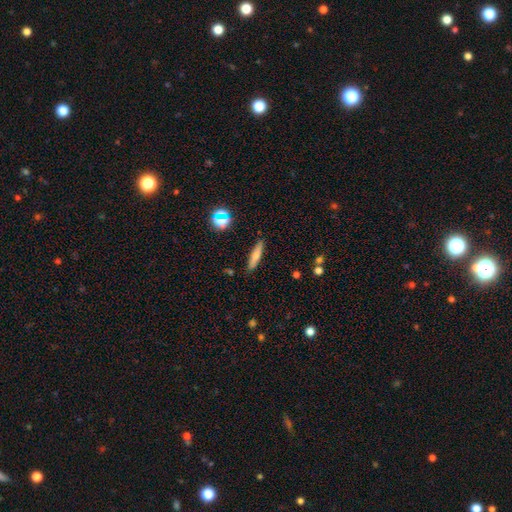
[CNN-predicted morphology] This appears to be a smooth galaxy with no disk features (62%) that is cigar-shaped (81%). Merging: none (86%).